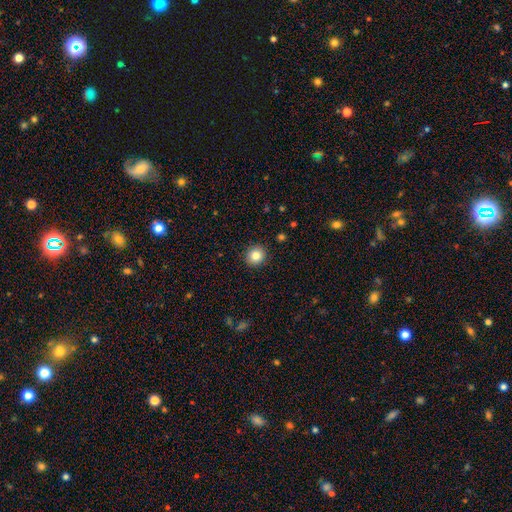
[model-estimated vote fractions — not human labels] The model was most divided on "smooth or featured": smooth: 83%, star or artifact: 10%, featured or disk: 7%. More confident: merging — none (91%); how rounded — round (90%).